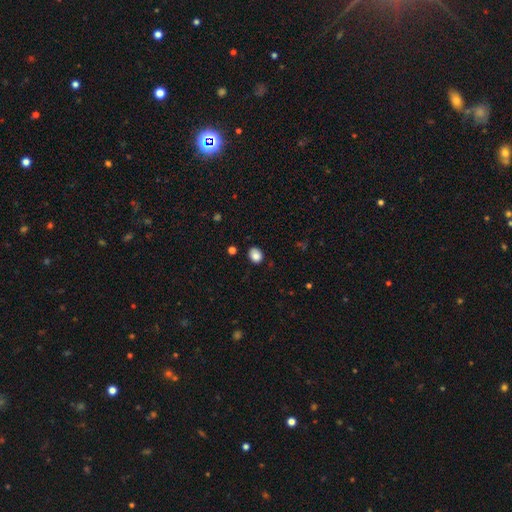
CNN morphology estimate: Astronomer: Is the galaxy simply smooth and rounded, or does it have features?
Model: smooth — 85%.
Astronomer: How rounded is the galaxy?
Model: round — 50% (runner-up: in between, 49%).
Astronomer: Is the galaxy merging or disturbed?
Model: none — 80%.